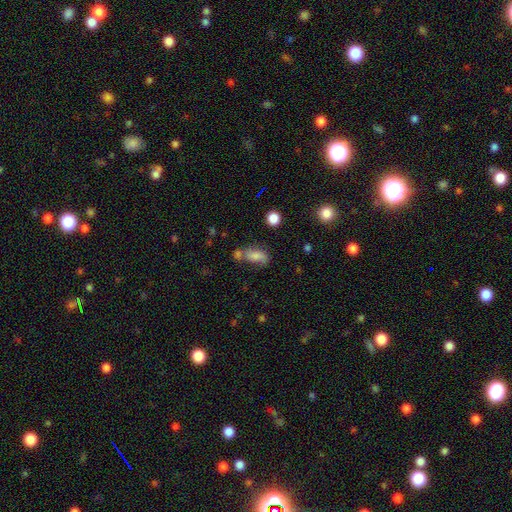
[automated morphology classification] type=smooth (72%); roundness=in between (83%); merging=none (47%).